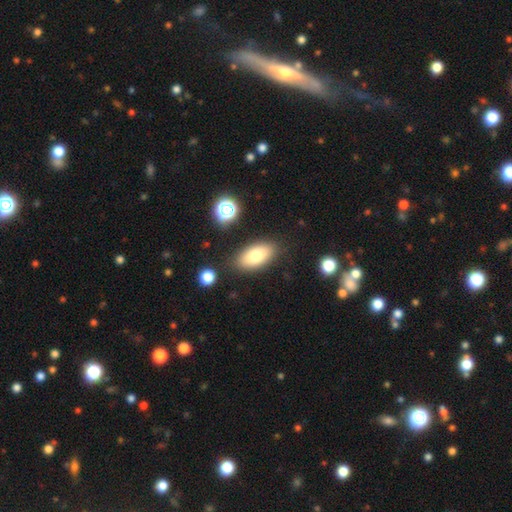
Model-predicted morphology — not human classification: This is likely a smooth galaxy (77%). How rounded: clearly in between (91%). Merging: clearly none (83%).